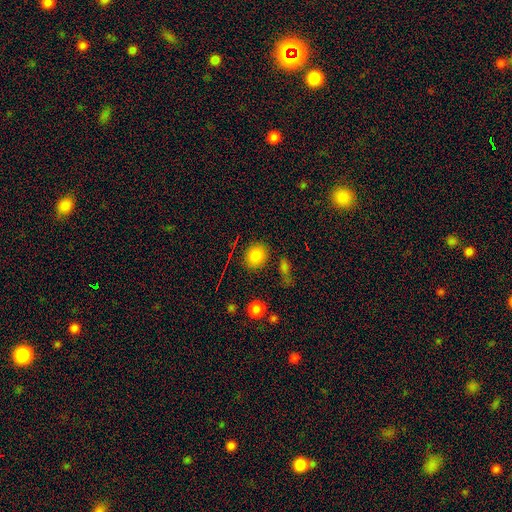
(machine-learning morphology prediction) smooth_or_featured: smooth (p=0.81) [alt: star or artifact p=0.11]
how_rounded: round (p=0.66) [alt: in between p=0.33]
merging: none (p=0.84) [alt: minor disturbance p=0.09]